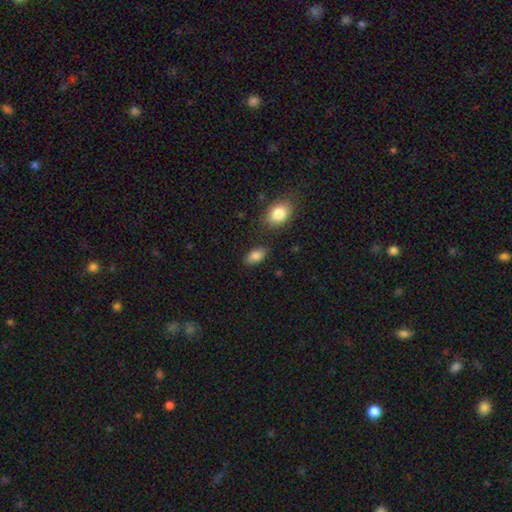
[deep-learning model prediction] Smooth or featured? smooth (86%)
How rounded? in between (92%)
Merging? none (80%)